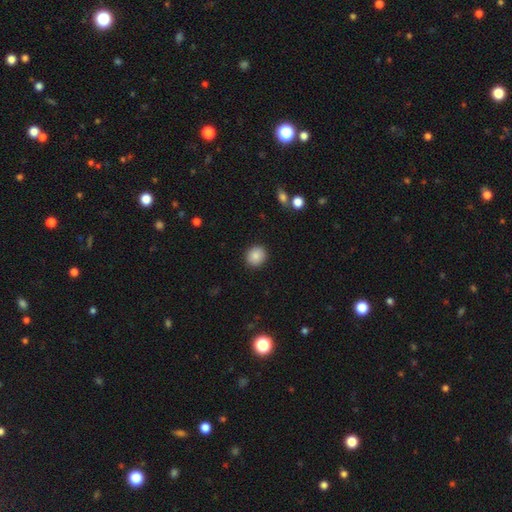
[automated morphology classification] Smooth or featured: smooth — 87% (star or artifact — 9%)
How rounded: round — 81% (in between — 18%)
Merging: none — 91% (minor disturbance — 6%)